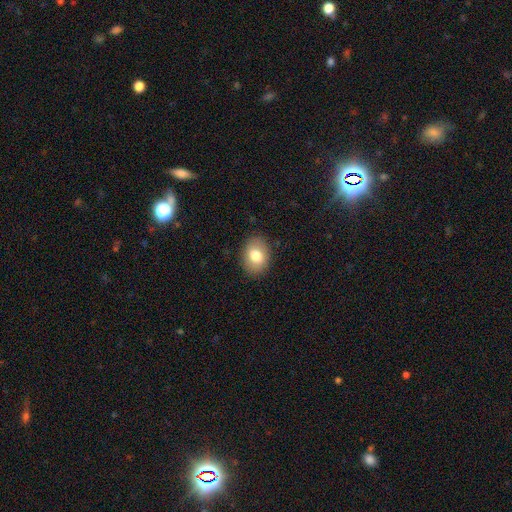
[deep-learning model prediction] The model was most divided on "how rounded": in between: 70%, round: 29%, cigar-shaped: 1%. More confident: merging — none (87%); smooth or featured — smooth (79%).